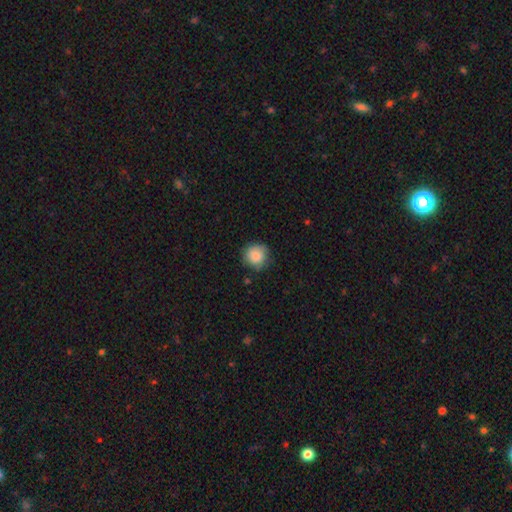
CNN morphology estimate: A smooth galaxy with no disk features (85%) that is round (92%).

Vote fractions:
- Smooth or featured? smooth: 85% / star or artifact: 8% / featured or disk: 8%
- How rounded? round: 92% / in between: 7% / cigar-shaped: 1%
- Merging? none: 77% / minor disturbance: 18% / major disturbance: 4% / merger: 1%